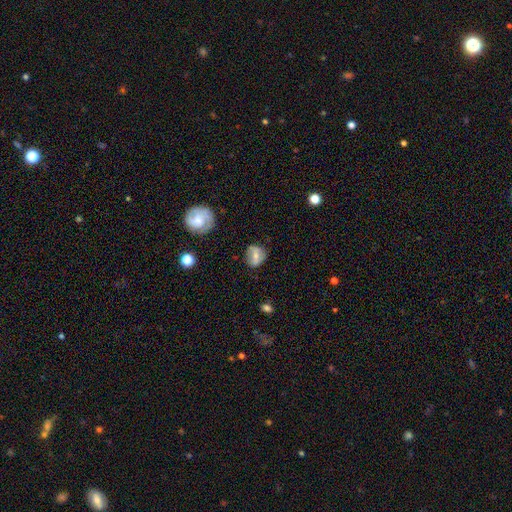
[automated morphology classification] type=smooth (47%); merging=none (77%).